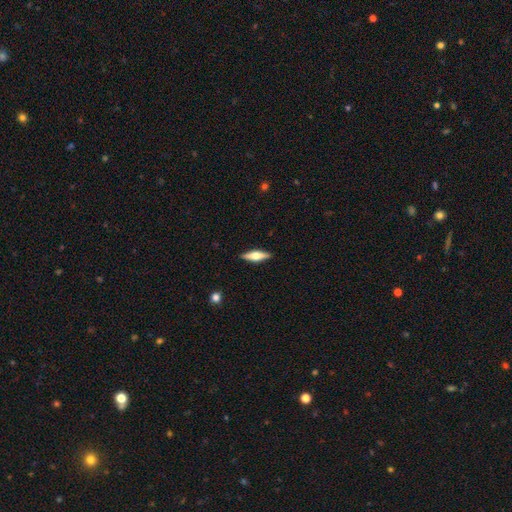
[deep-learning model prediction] smooth_or_featured: featured or disk (p=0.55) [alt: smooth p=0.39]
disk_edge_on: yes (p=0.95) [alt: no p=0.05]
edge_on_bulge: rounded (p=0.90) [alt: boxy p=0.08]
merging: none (p=0.90) [alt: minor disturbance p=0.08]